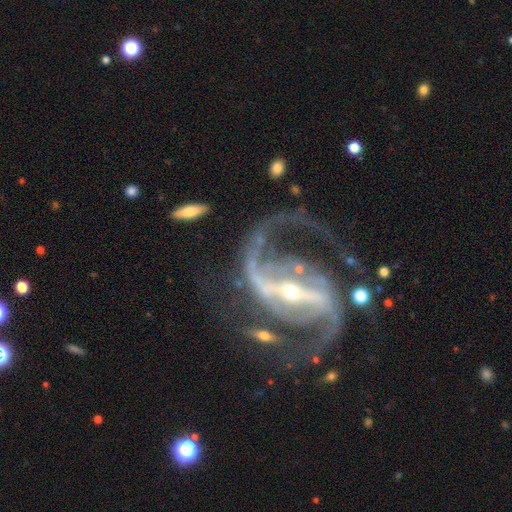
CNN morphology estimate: Smooth or featured? Predicted: featured or disk (p=0.93). Edge-on disk? Predicted: no (p=0.97). Bar? Predicted: strong (p=0.78). Spiral arms? Predicted: yes (p=0.98). Spiral winding? Predicted: medium (p=0.51). Spiral arm count? Predicted: 2 (p=0.91). Bulge size? Predicted: small (p=0.68). Merging? Predicted: none (p=0.63).